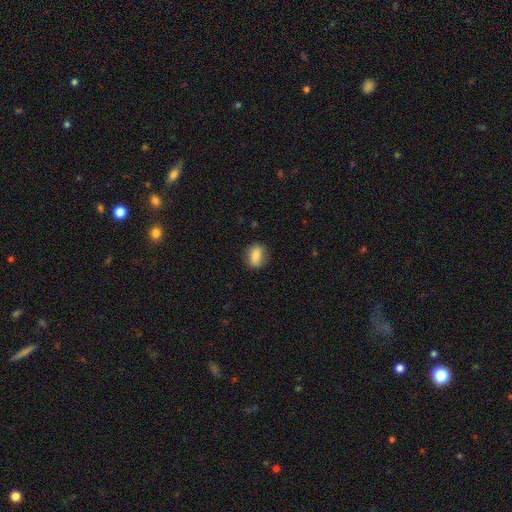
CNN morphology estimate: A smooth galaxy with no disk features (82%) that is in between round and cigar-shaped (70%). Merging: none (83%).